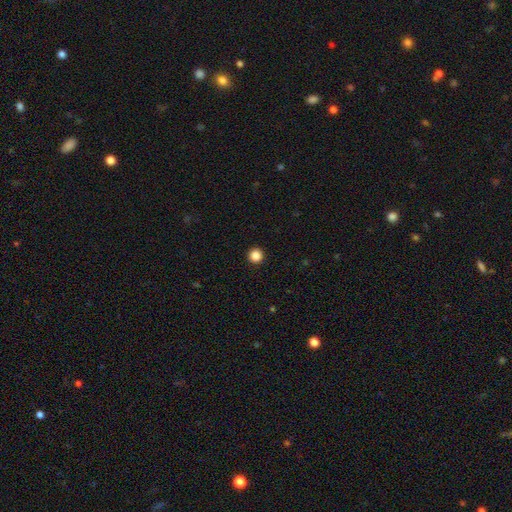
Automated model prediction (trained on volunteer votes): A smooth galaxy with no disk features (86%) that is round (96%).

Vote fractions:
- Smooth or featured? smooth: 86% / star or artifact: 11% / featured or disk: 3%
- How rounded? round: 96% / in between: 3% / cigar-shaped: 1%
- Merging? none: 94% / minor disturbance: 3% / major disturbance: 1% / merger: 1%